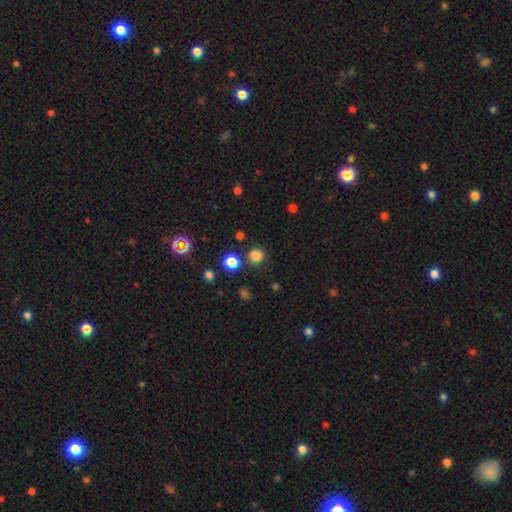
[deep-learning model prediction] A smooth galaxy with no disk features (80%) that is round (90%). Merging: none (83%).